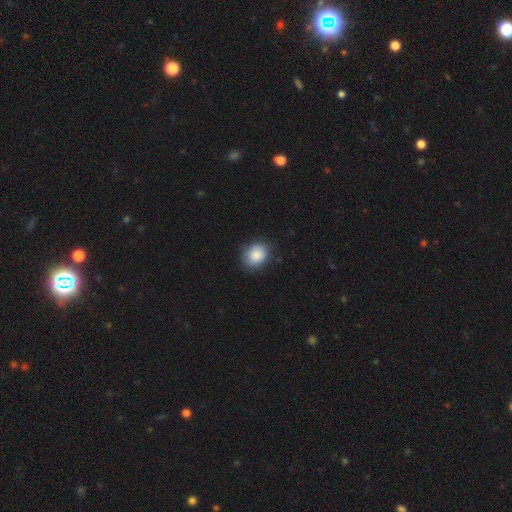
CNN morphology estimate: Smooth or featured: smooth — 87% (star or artifact — 8%)
How rounded: round — 57% (in between — 42%)
Merging: none — 80% (minor disturbance — 15%)